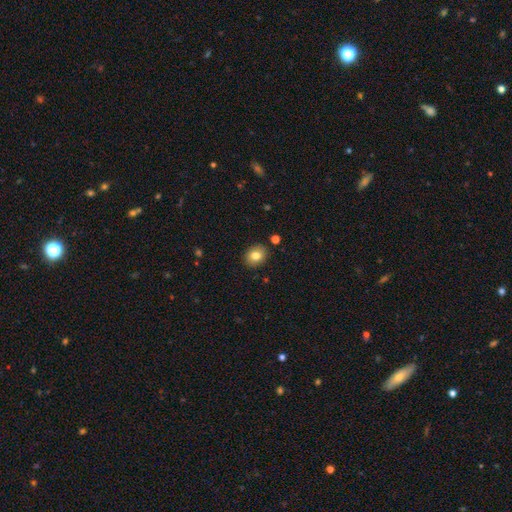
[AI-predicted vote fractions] A smooth galaxy with no disk features (81%) that is round (50%).

Vote fractions:
- Smooth or featured? smooth: 81% / featured or disk: 9% / star or artifact: 9%
- How rounded? round: 50% / in between: 49% / cigar-shaped: 1%
- Merging? none: 88% / minor disturbance: 8% / merger: 2% / major disturbance: 2%